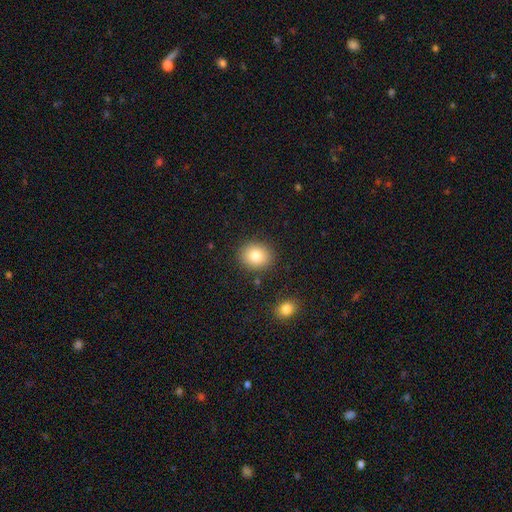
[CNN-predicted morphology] Overall: smooth (81%). How rounded: round (65%; in between 34%). Merging: none (87%).